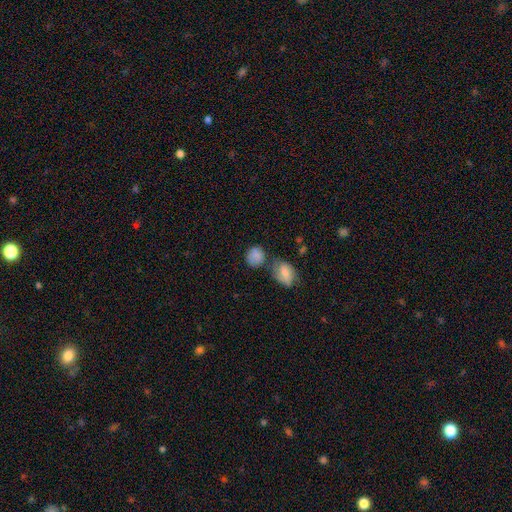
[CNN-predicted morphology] Smooth or featured? smooth (82%)
How rounded? round (65%)
Merging? none (49%)